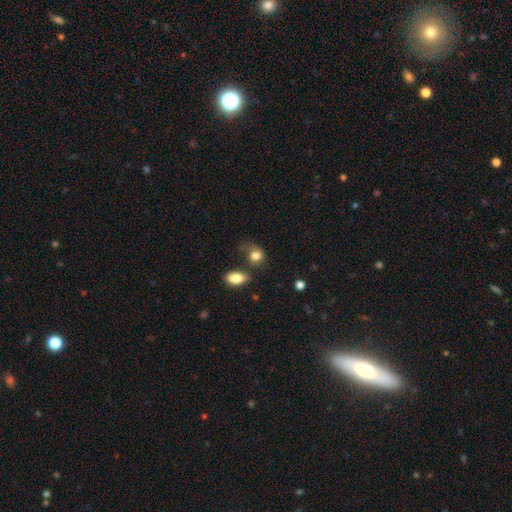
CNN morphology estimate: type=smooth (82%); roundness=round (51%); merging=none (36%).